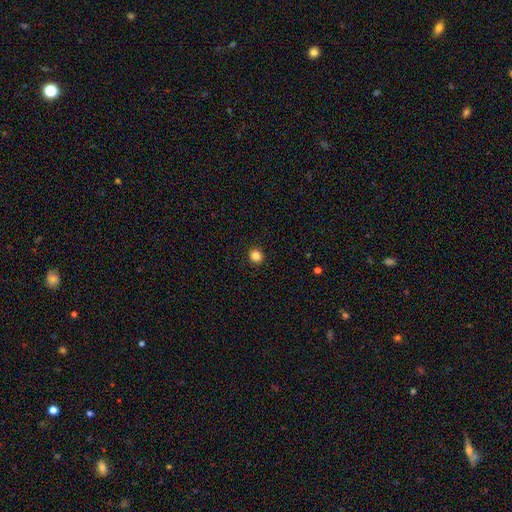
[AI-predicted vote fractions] A smooth galaxy with no disk features (86%) that is round (77%). Merging: none (92%).